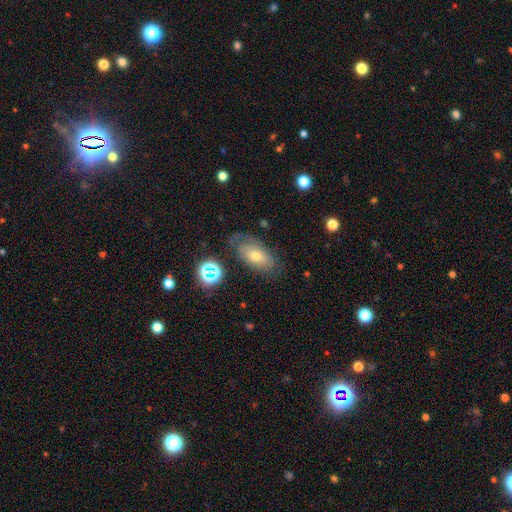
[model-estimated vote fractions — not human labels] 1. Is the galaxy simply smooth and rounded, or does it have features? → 47% smooth, 40% featured or disk, 13% star or artifact.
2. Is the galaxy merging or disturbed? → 65% none, 22% minor disturbance, 10% major disturbance, 2% merger.